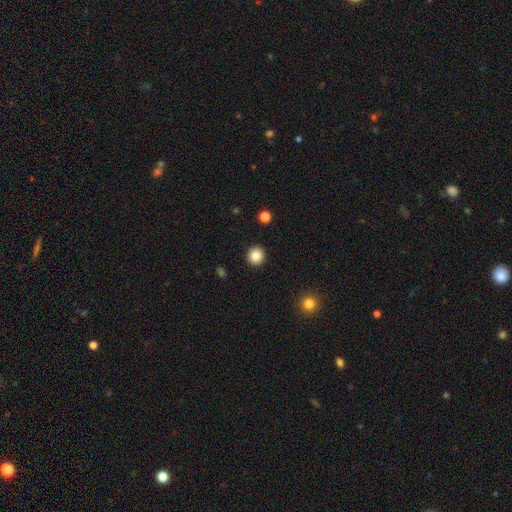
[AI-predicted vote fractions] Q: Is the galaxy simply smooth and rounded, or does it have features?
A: smooth — 86%.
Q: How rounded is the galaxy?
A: round — 93%.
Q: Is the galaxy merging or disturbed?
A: none — 93%.